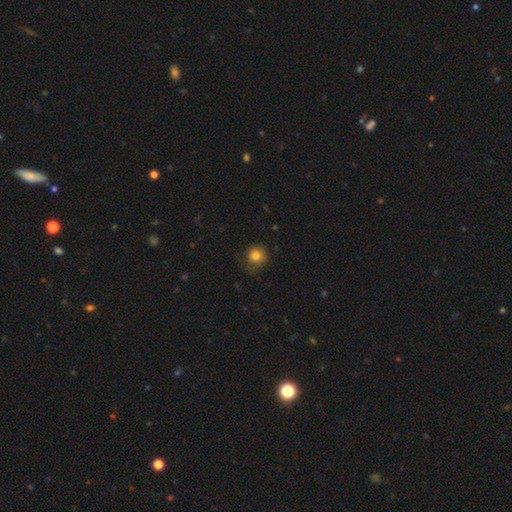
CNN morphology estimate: type=smooth (82%); roundness=round (91%); merging=none (72%).